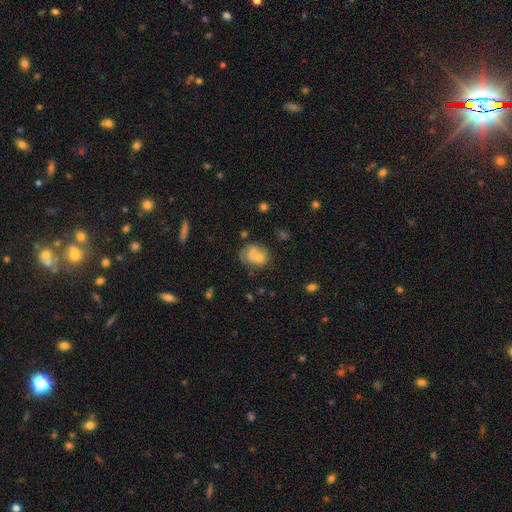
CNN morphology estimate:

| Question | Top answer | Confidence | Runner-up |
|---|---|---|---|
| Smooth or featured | smooth | 57% | featured or disk (34%) |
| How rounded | round | 50% | in between (49%) |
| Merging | merger | 48% | none (30%) |